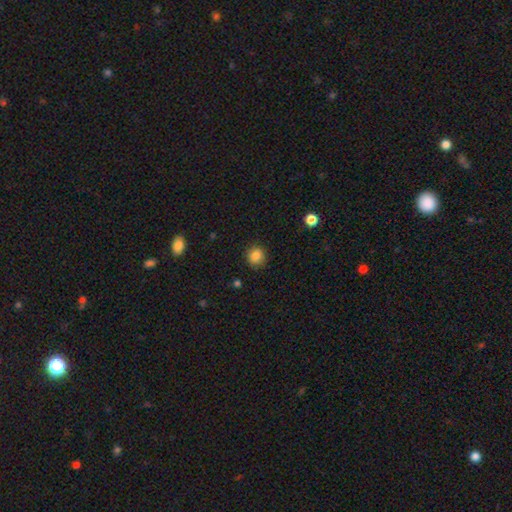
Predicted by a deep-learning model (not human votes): The model was most divided on "smooth or featured": smooth: 84%, star or artifact: 11%, featured or disk: 5%. More confident: merging — none (87%); how rounded — round (87%).